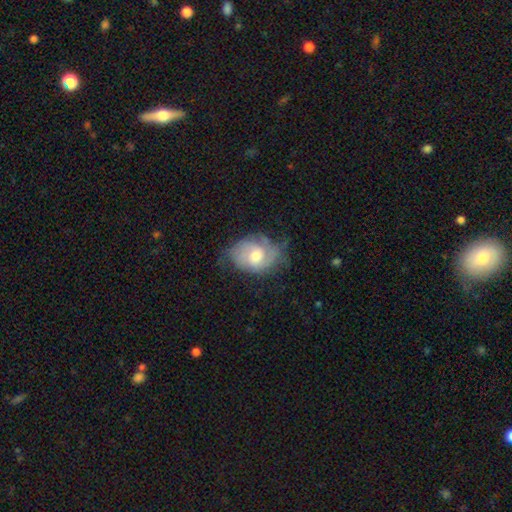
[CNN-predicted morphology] This appears to be a featured or disk galaxy (54%) with no bar (65%), spiral arms (74%) and a moderate central bulge (71%). Merging: none (53%).